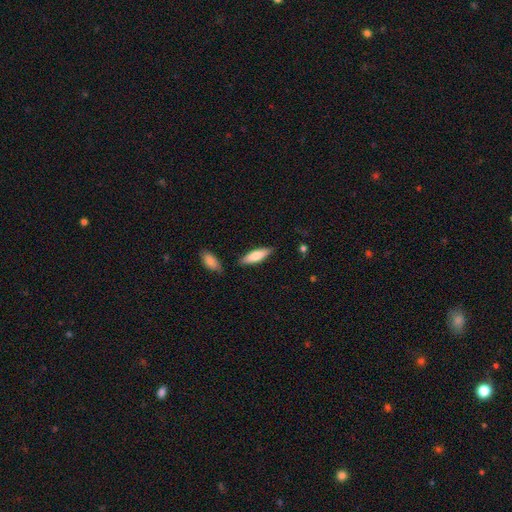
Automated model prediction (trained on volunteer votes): The model was most divided on "how rounded": cigar-shaped: 57%, in between: 41%, round: 2%. More confident: merging — none (83%); smooth or featured — smooth (72%).